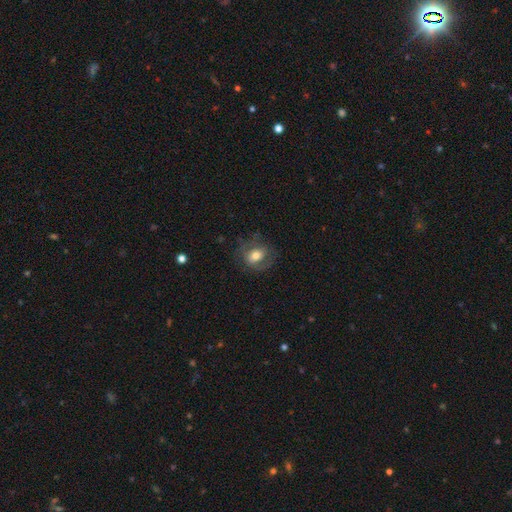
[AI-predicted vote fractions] A smooth galaxy with no disk features (54%) that is round (52%).

Vote fractions:
- Smooth or featured? smooth: 54% / featured or disk: 38% / star or artifact: 8%
- How rounded? round: 52% / in between: 46% / cigar-shaped: 1%
- Merging? none: 66% / minor disturbance: 20% / major disturbance: 13% / merger: 1%